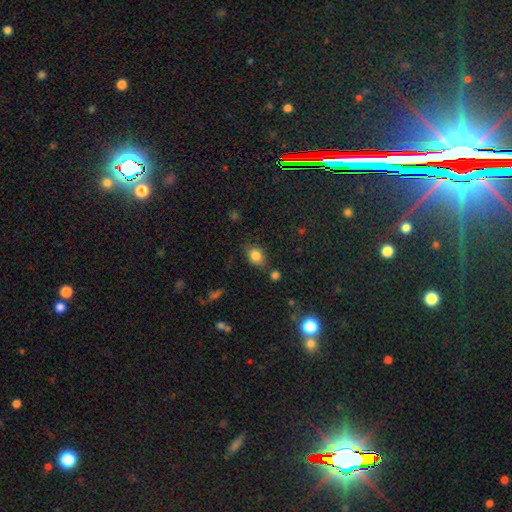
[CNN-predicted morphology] smooth-or-featured: smooth: 82% | star or artifact: 11% | featured or disk: 7%
  how-rounded: in between: 58% | round: 40% | cigar-shaped: 1%
  merging: none: 71% | minor disturbance: 17% | merger: 7% | major disturbance: 4%